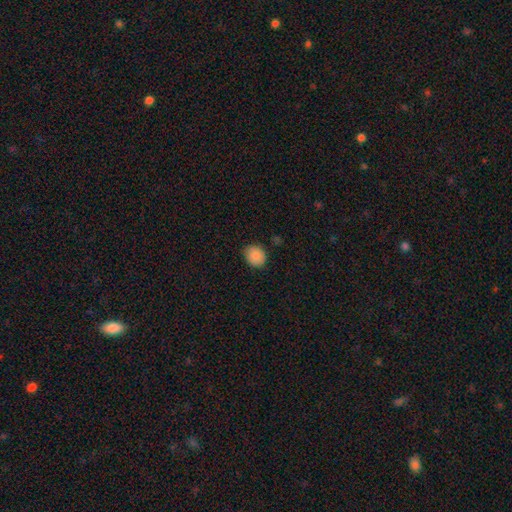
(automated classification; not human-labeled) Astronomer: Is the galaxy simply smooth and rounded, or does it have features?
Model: smooth — 87%.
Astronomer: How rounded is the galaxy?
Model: round — 69%.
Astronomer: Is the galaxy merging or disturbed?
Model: none — 86%.